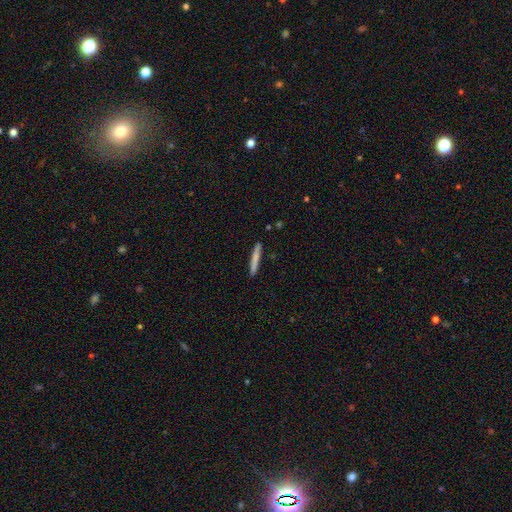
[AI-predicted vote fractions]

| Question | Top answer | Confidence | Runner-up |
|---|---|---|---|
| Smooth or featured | smooth | 71% | featured or disk (23%) |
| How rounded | cigar-shaped | 96% | in between (2%) |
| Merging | none | 91% | minor disturbance (7%) |